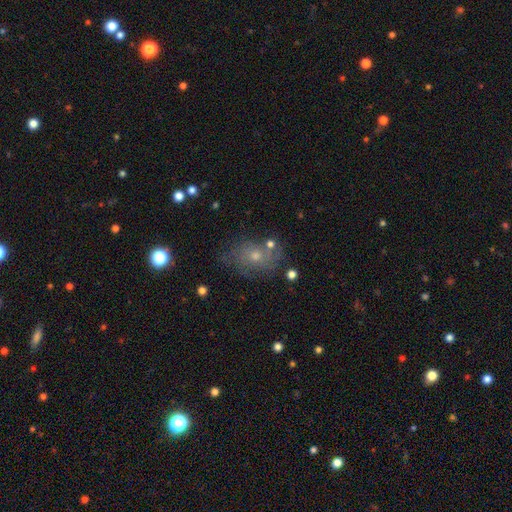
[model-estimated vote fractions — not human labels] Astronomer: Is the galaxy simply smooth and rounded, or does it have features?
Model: featured or disk — 45% (runner-up: smooth, 39%).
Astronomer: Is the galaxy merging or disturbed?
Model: none — 63%.